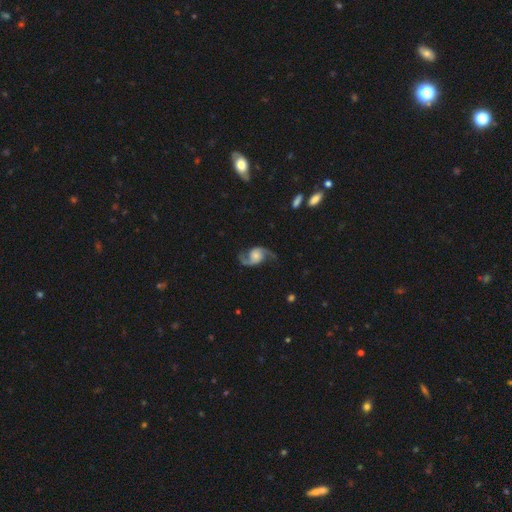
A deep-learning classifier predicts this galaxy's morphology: featured or disk 90%, smooth 5%, star or artifact 5%. Down the decision tree: edge-on disk — no (98%); bar — no (66%); spiral arms — yes (98%); spiral arm count — 2 (94%); spiral winding — loose (57%); bulge size — small (40%); merging — none (78%).